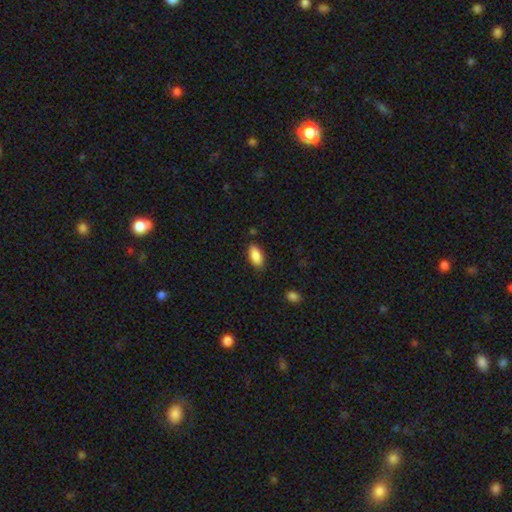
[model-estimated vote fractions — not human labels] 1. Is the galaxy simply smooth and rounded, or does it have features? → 88% smooth, 7% star or artifact, 5% featured or disk.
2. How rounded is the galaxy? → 90% in between, 8% cigar-shaped, 2% round.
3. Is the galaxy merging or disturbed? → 83% none, 12% minor disturbance, 3% major disturbance, 2% merger.